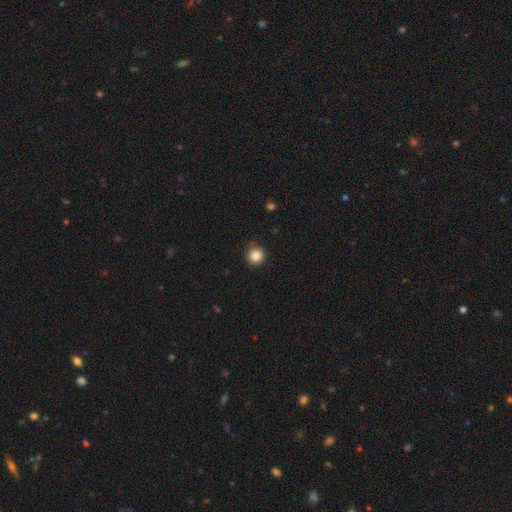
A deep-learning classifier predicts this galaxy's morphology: Smooth or featured? smooth (86%)
How rounded? round (95%)
Merging? none (87%)